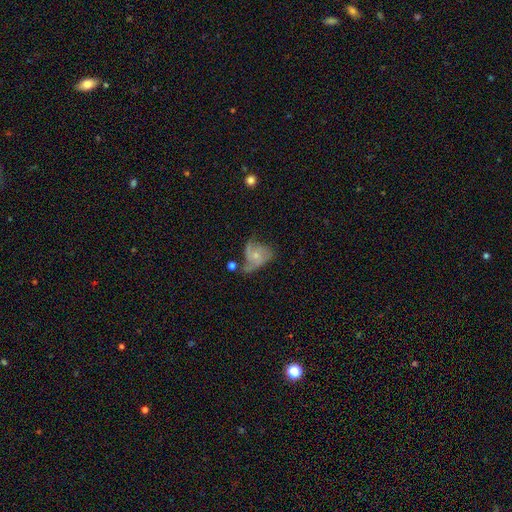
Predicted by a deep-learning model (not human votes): Q: Smooth or featured?
A: featured or disk (67%); runner-up: smooth (24%)
Q: Edge-on disk?
A: no (97%); runner-up: yes (3%)
Q: Bar?
A: no (77%); runner-up: weak (20%)
Q: Spiral arms?
A: yes (84%); runner-up: no (16%)
Q: Spiral winding?
A: medium (44%); runner-up: loose (35%)
Q: Spiral arm count?
A: 2 (37%); runner-up: 3 (31%)
Q: Bulge size?
A: small (66%); runner-up: moderate (27%)
Q: Merging?
A: none (32%); runner-up: major disturbance (31%)